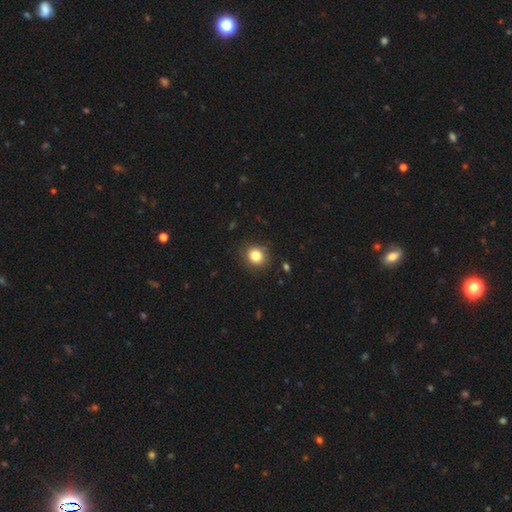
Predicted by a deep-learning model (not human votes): smooth-or-featured: smooth: 83% | star or artifact: 11% | featured or disk: 6%
  how-rounded: round: 81% | in between: 19% | cigar-shaped: 1%
  merging: none: 86% | minor disturbance: 10% | major disturbance: 3% | merger: 1%